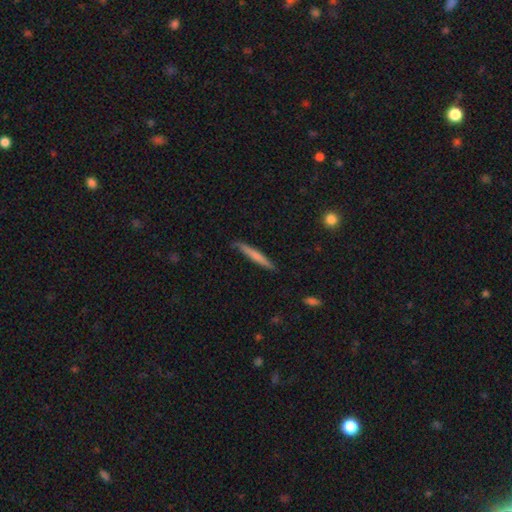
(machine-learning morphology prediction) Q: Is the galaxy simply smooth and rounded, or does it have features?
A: smooth — 63%.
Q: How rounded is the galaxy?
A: cigar-shaped — 95%.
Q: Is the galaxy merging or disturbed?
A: none — 83%.